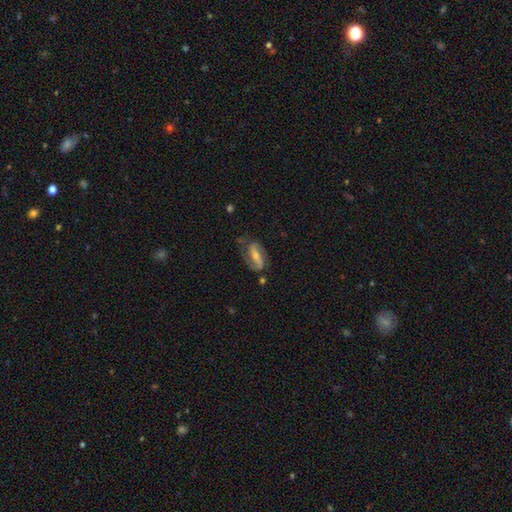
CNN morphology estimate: smooth_or_featured: featured or disk (p=0.77) [alt: smooth p=0.17]
disk_edge_on: no (p=0.94) [alt: yes p=0.06]
bar: strong (p=0.50) [alt: weak p=0.30]
has_spiral_arms: yes (p=0.92) [alt: no p=0.08]
spiral_winding: medium (p=0.43) [alt: loose p=0.35]
spiral_arm_count: 2 (p=0.83) [alt: 1 p=0.09]
bulge_size: small (p=0.47) [alt: moderate p=0.44]
merging: none (p=0.63) [alt: minor disturbance p=0.22]